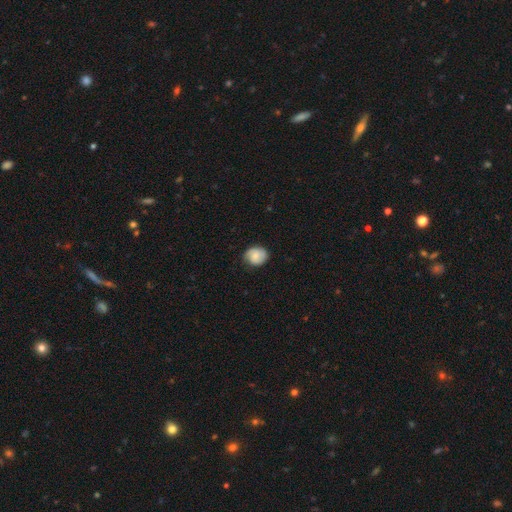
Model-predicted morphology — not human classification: smooth-or-featured: smooth: 65% | featured or disk: 27% | star or artifact: 8%
  how-rounded: round: 66% | in between: 33% | cigar-shaped: 1%
  merging: none: 71% | minor disturbance: 22% | major disturbance: 5% | merger: 1%